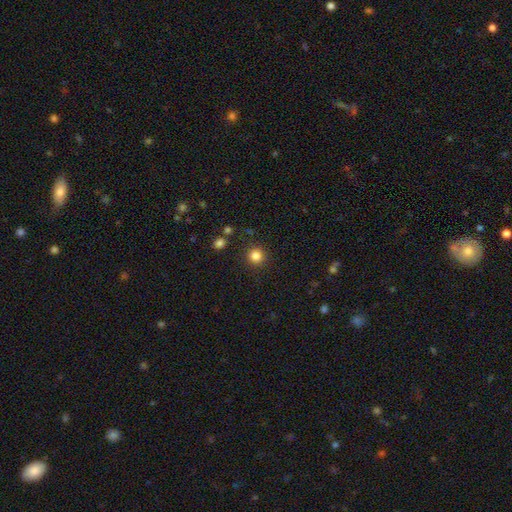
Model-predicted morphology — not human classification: type=smooth (83%); roundness=round (94%); merging=none (90%).